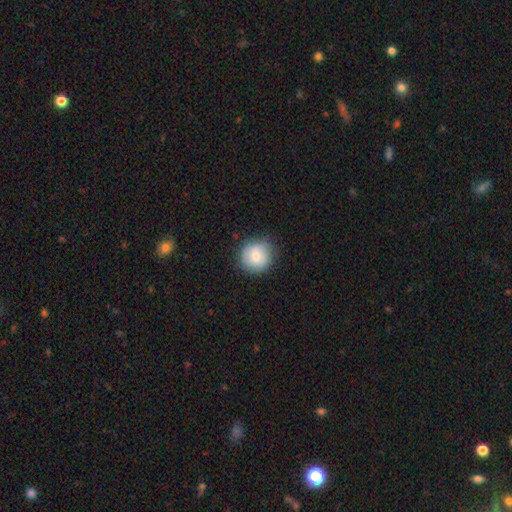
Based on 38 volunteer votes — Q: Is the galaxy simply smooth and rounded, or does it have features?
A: smooth — 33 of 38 (87%).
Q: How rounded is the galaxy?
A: round — 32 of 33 (97%).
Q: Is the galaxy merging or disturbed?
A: none — 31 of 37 (84%).